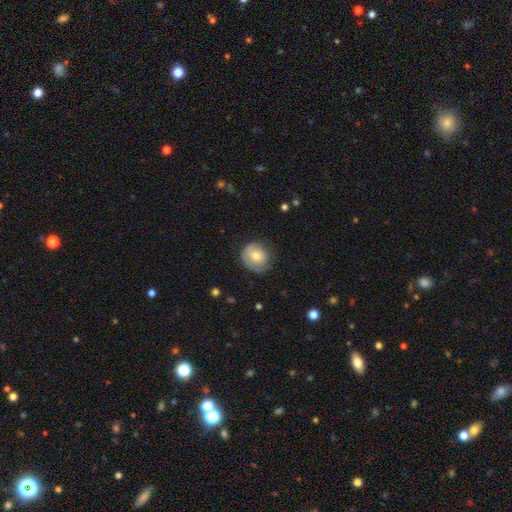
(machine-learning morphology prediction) smooth-or-featured: smooth: 62% | featured or disk: 31% | star or artifact: 7%
  how-rounded: round: 81% | in between: 18% | cigar-shaped: 1%
  merging: none: 63% | minor disturbance: 25% | major disturbance: 10% | merger: 1%